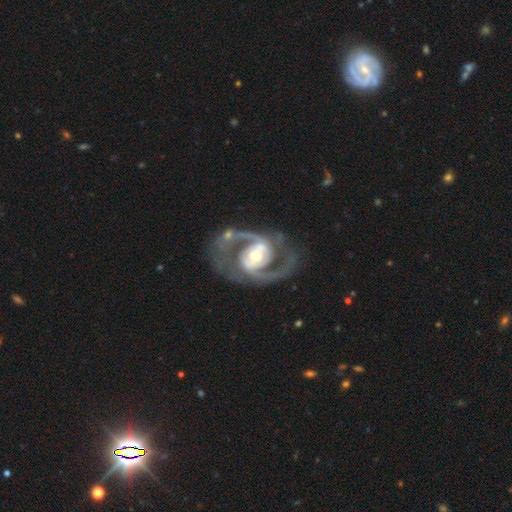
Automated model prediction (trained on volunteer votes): Morphology: type=featured or disk (90%); edge-on=no (97%); bar=no (35%); spiral arms=yes (93%); winding=medium (57%); arm count=2 (91%); bulge=moderate (69%); merging=none (70%).